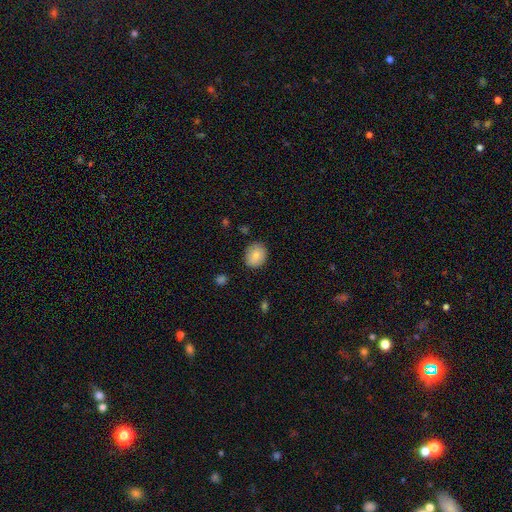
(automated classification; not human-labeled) This appears to be a smooth galaxy with no disk features (82%) that is round (59%). Merging: none (84%).